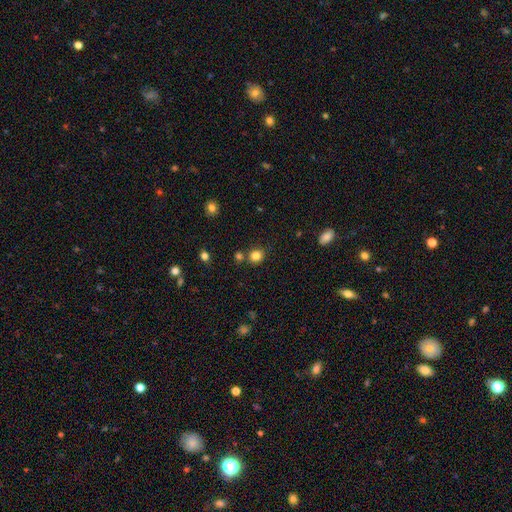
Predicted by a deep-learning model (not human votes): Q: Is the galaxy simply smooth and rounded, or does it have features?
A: smooth — 83%.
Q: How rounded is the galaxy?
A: round — 84%.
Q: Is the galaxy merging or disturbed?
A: none — 78%.